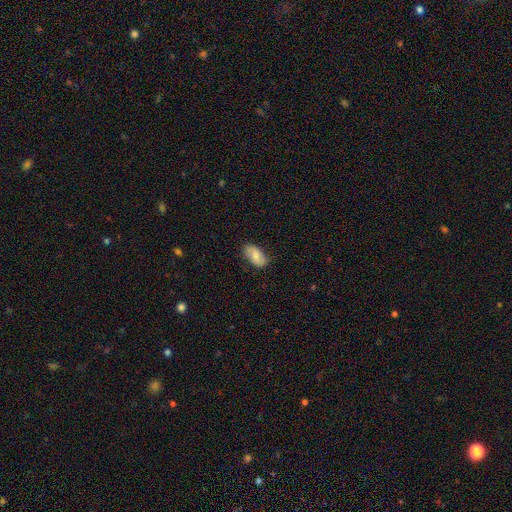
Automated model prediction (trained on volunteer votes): Morphology: type=smooth (60%); roundness=in between (93%); merging=none (76%).